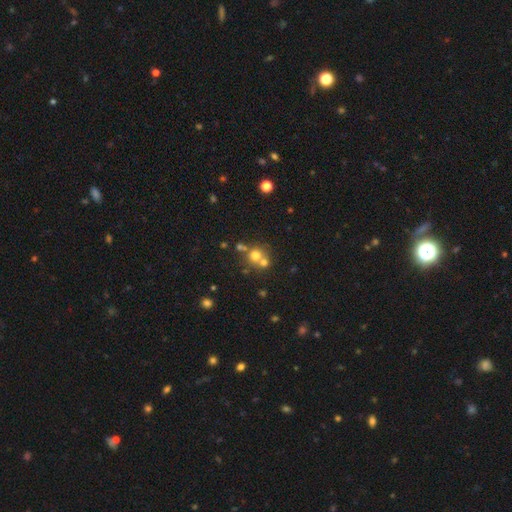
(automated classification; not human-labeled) Smooth or featured: smooth — 67% (star or artifact — 17%)
How rounded: round — 87% (in between — 12%)
Merging: none — 50% (merger — 40%)